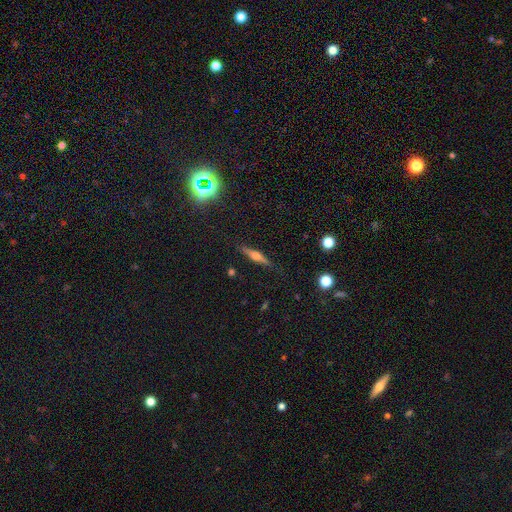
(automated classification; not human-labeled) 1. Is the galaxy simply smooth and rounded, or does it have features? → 62% featured or disk, 28% smooth, 10% star or artifact.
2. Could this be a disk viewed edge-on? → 96% yes, 4% no.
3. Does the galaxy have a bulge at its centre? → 84% rounded, 11% boxy, 5% none.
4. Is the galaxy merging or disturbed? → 86% none, 11% minor disturbance, 2% major disturbance, 1% merger.